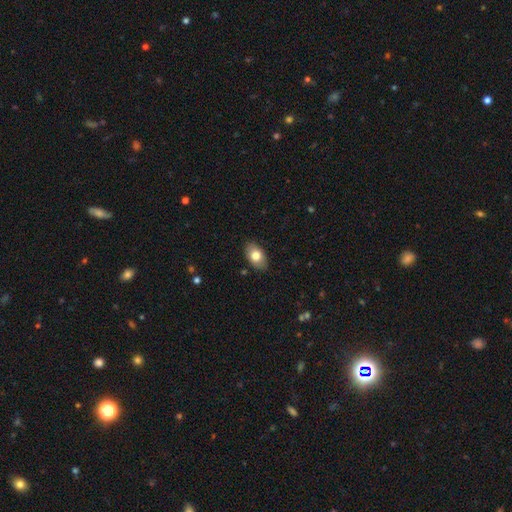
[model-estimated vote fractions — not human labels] Smooth or featured: smooth — 78% (featured or disk — 15%)
How rounded: in between — 91% (round — 7%)
Merging: none — 86% (minor disturbance — 11%)